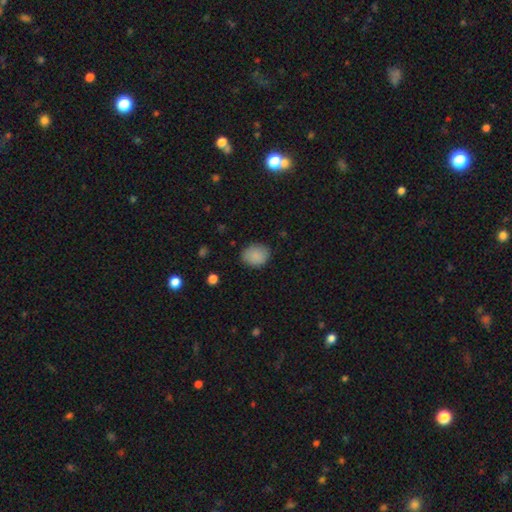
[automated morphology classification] Q: Smooth or featured?
A: smooth (87%); runner-up: star or artifact (8%)
Q: How rounded?
A: round (51%); runner-up: in between (48%)
Q: Merging?
A: none (83%); runner-up: minor disturbance (13%)